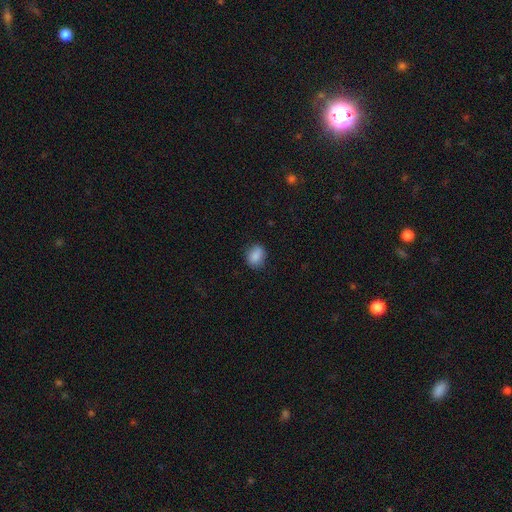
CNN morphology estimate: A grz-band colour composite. It shows a smooth galaxy with no disk features (87%) that is in between round and cigar-shaped (51%). Merging: none (80%).